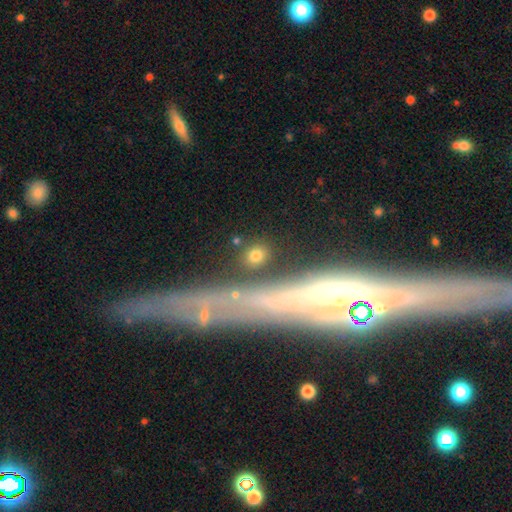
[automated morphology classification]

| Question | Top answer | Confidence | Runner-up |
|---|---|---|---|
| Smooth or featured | smooth | 80% | star or artifact (11%) |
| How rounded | round | 69% | in between (27%) |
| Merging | none | 86% | minor disturbance (8%) |